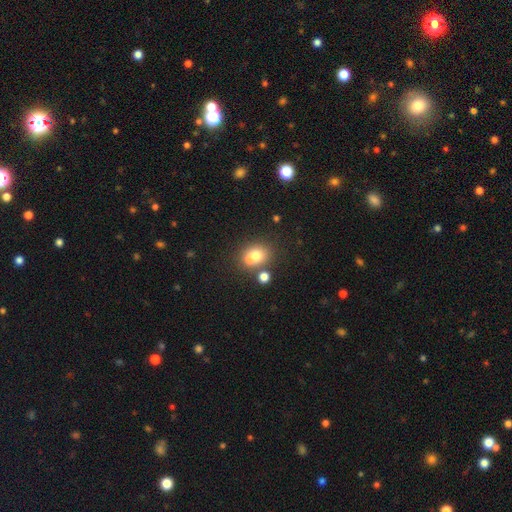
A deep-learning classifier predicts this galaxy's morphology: type=smooth (69%); roundness=round (68%); merging=none (47%).